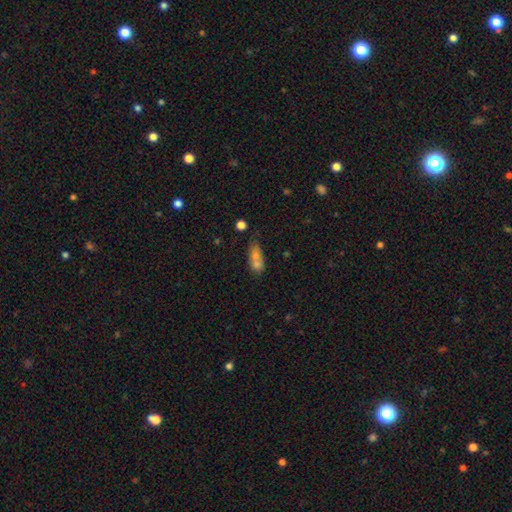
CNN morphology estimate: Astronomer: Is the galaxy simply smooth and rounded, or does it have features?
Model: smooth — 66%.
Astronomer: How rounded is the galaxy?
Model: in between — 65%.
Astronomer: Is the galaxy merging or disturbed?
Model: merger — 54%.